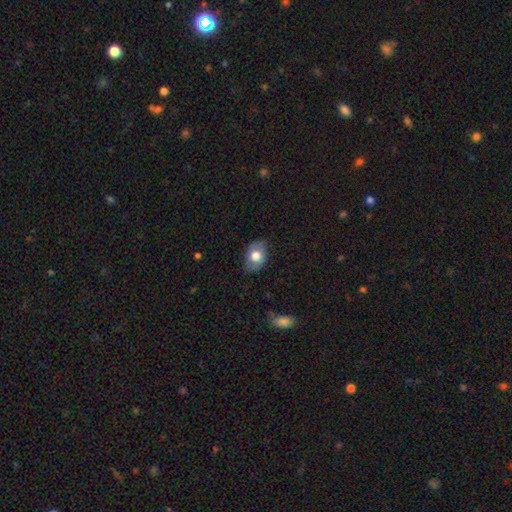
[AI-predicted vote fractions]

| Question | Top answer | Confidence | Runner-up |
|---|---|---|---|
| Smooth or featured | smooth | 71% | featured or disk (21%) |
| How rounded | in between | 77% | round (22%) |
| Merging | none | 77% | minor disturbance (18%) |